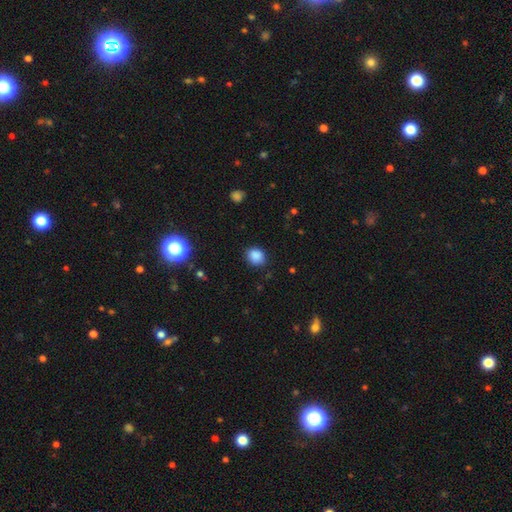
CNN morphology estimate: This appears to be a smooth galaxy with no disk features (86%) that is round (71%). Merging: none (84%).